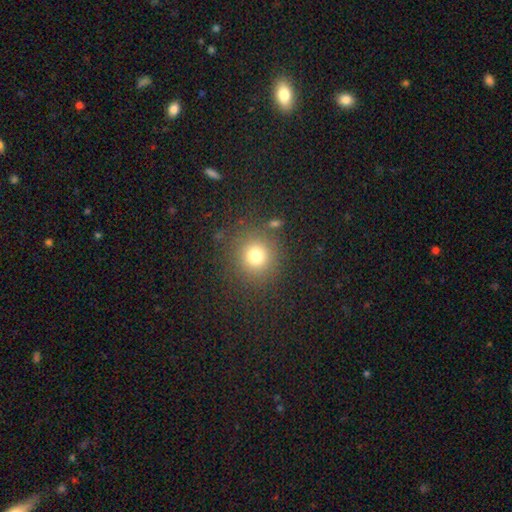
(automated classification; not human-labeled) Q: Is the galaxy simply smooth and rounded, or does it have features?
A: smooth — 76%.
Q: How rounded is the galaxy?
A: round — 93%.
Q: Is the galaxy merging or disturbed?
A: none — 85%.